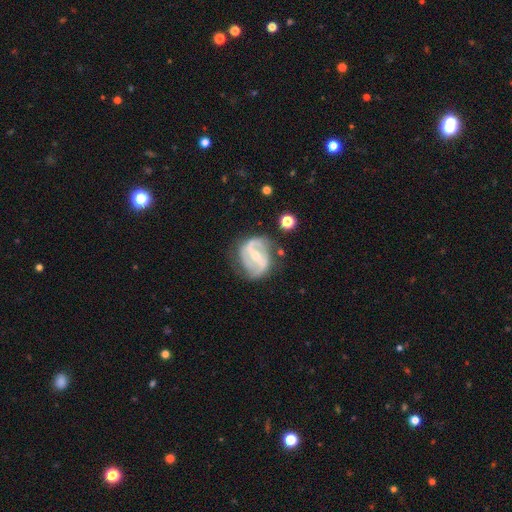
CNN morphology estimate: type=featured or disk (86%); edge-on=no (97%); bar=strong (58%); spiral arms=yes (90%); winding=medium (45%); arm count=2 (84%); bulge=small (50%); merging=none (67%).